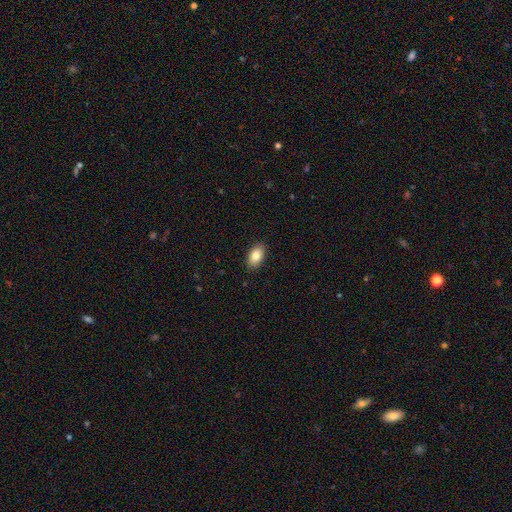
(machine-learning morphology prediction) Q: Smooth or featured?
A: smooth (83%); runner-up: featured or disk (10%)
Q: How rounded?
A: in between (93%); runner-up: round (5%)
Q: Merging?
A: none (89%); runner-up: minor disturbance (8%)